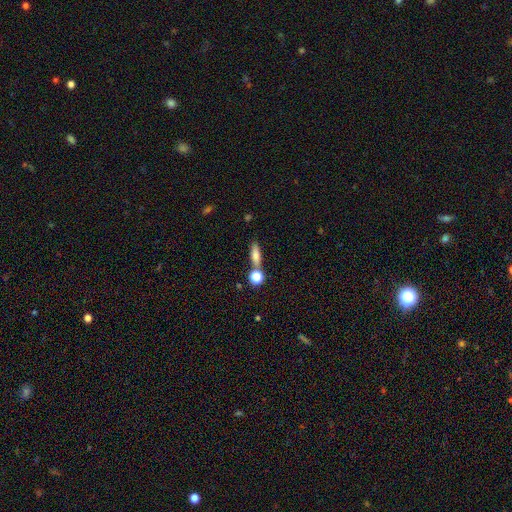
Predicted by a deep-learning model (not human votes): Smooth or featured? Predicted: smooth (p=0.71). How rounded? Predicted: in between (p=0.50). Merging? Predicted: none (p=0.65).